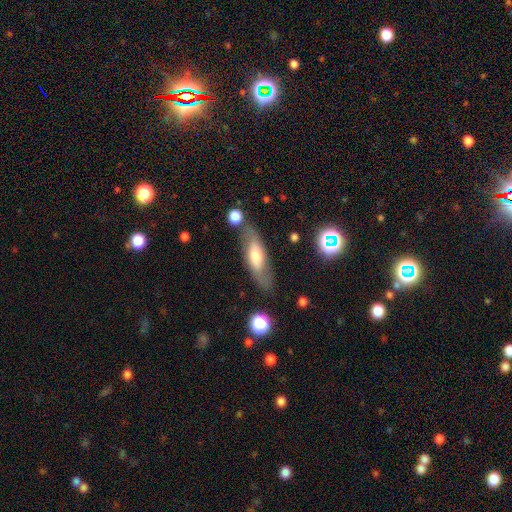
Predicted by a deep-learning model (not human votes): Morphology: type=featured or disk (46%, tied with smooth); merging=none (72%).